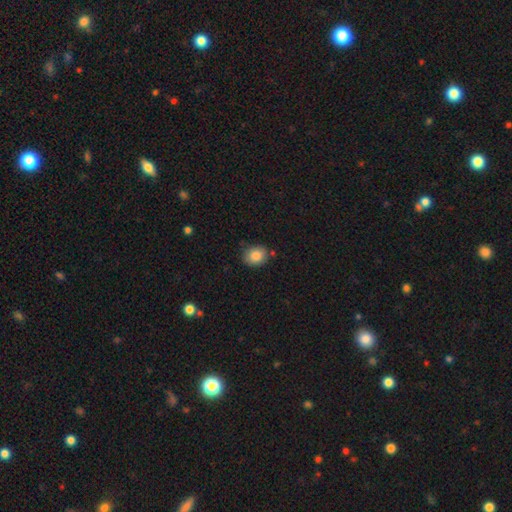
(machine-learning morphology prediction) type=smooth (85%); roundness=round (50%); merging=none (80%).